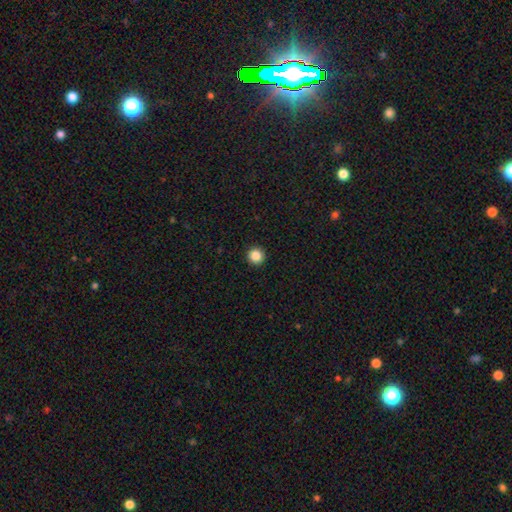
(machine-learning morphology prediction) Smooth or featured?
  - smooth: 86% *
  - star or artifact: 10%
  - featured or disk: 3%
How rounded?
  - round: 96% *
  - in between: 3%
  - cigar-shaped: 1%
Merging?
  - none: 94% *
  - minor disturbance: 4%
  - major disturbance: 1%
  - merger: 1%